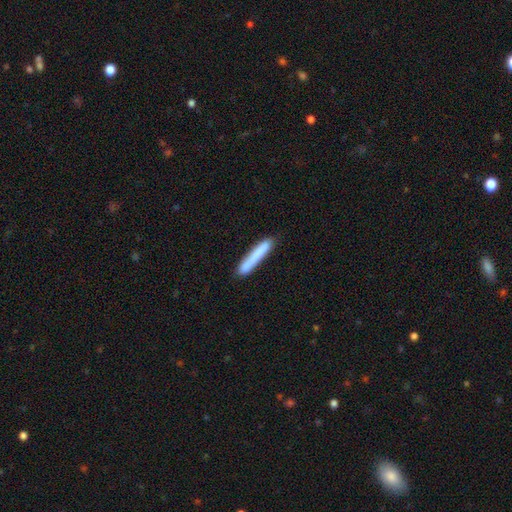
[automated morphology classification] Smooth or featured?
  - smooth: 78% *
  - featured or disk: 15%
  - star or artifact: 6%
How rounded?
  - cigar-shaped: 95% *
  - in between: 4%
  - round: 1%
Merging?
  - none: 82% *
  - minor disturbance: 13%
  - merger: 3%
  - major disturbance: 2%